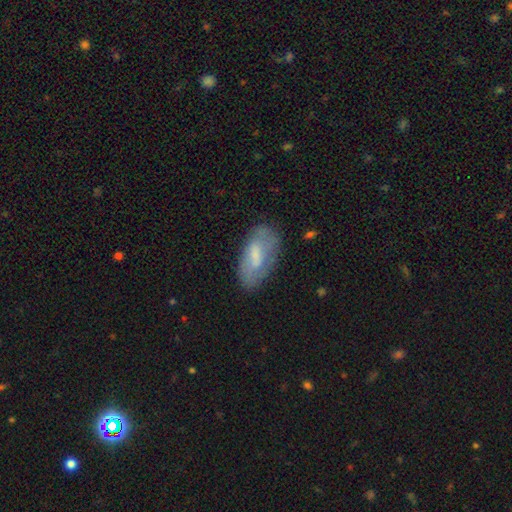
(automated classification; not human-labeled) smooth_or_featured: smooth (p=0.58) [alt: featured or disk p=0.35]
how_rounded: in between (p=0.88) [alt: cigar-shaped p=0.09]
merging: none (p=0.69) [alt: minor disturbance p=0.22]